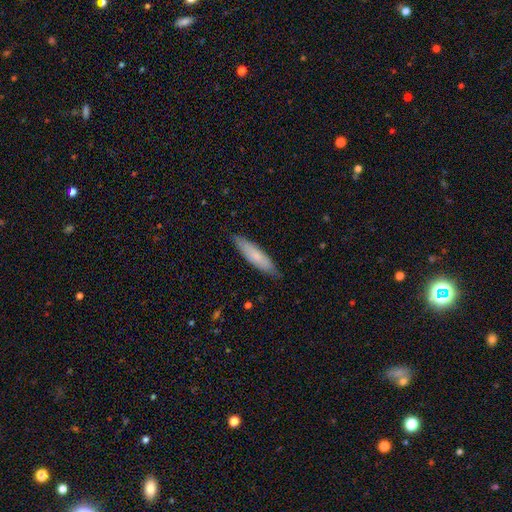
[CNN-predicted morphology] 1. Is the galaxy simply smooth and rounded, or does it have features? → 70% smooth, 25% featured or disk, 6% star or artifact.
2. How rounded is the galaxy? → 76% cigar-shaped, 22% in between, 1% round.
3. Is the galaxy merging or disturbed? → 85% none, 12% minor disturbance, 2% major disturbance, 1% merger.